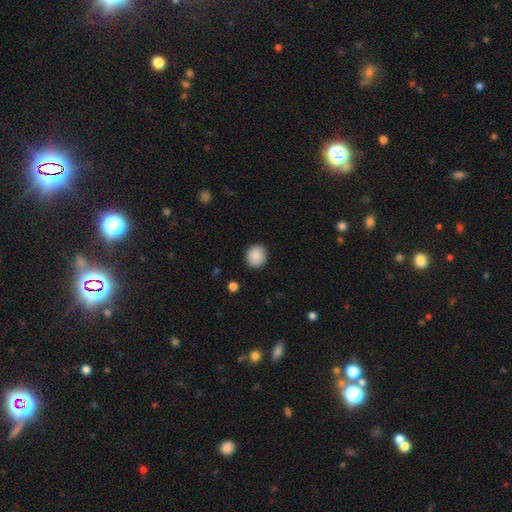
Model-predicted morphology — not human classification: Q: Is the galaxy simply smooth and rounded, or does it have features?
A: smooth — 88%.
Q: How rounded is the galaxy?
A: round — 88%.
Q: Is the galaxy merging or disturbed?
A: none — 89%.